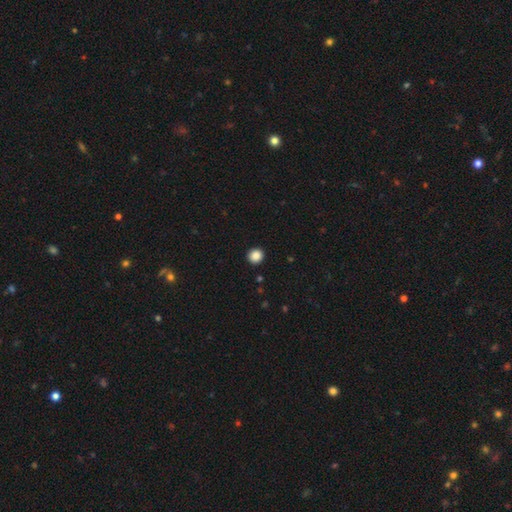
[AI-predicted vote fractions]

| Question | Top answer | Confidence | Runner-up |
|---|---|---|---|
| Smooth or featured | smooth | 87% | star or artifact (10%) |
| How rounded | round | 91% | in between (8%) |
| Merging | none | 93% | minor disturbance (4%) |